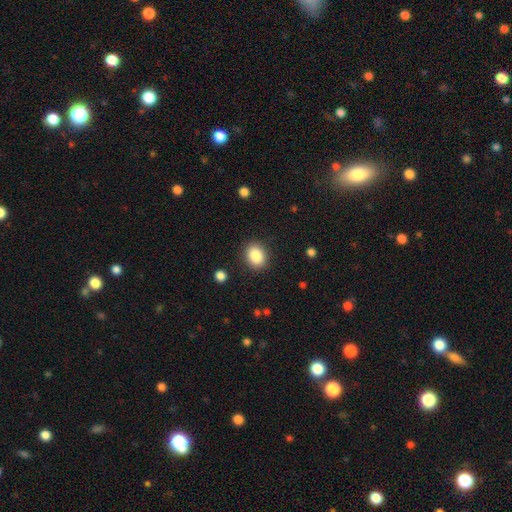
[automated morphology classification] smooth 87%, star or artifact 8%, featured or disk 5%. Down the decision tree: how rounded — in between (50%); merging — none (88%).